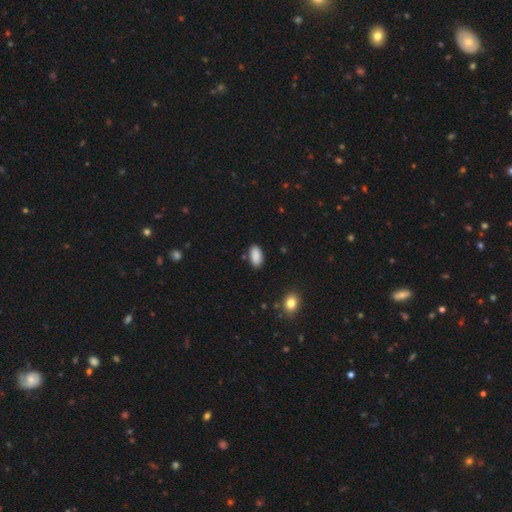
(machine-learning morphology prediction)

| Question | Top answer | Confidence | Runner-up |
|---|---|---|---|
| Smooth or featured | smooth | 89% | star or artifact (8%) |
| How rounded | in between | 93% | cigar-shaped (4%) |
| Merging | none | 84% | minor disturbance (11%) |